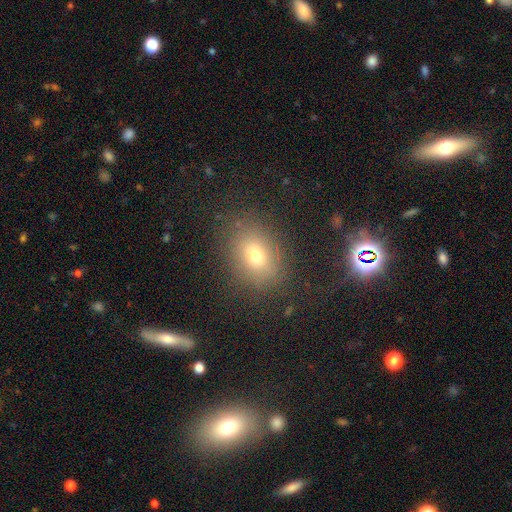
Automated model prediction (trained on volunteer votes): Smooth or featured? Predicted: smooth (p=0.69). How rounded? Predicted: in between (p=0.61). Merging? Predicted: none (p=0.81).